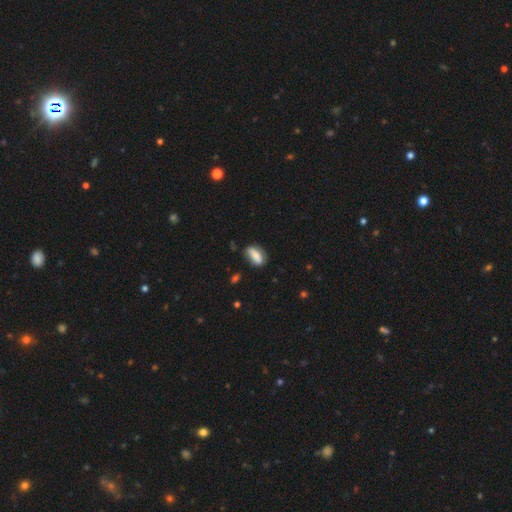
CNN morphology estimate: Smooth or featured?
  - smooth: 76% *
  - featured or disk: 16%
  - star or artifact: 8%
How rounded?
  - in between: 80% *
  - cigar-shaped: 15%
  - round: 5%
Merging?
  - none: 60% *
  - minor disturbance: 28%
  - major disturbance: 8%
  - merger: 5%